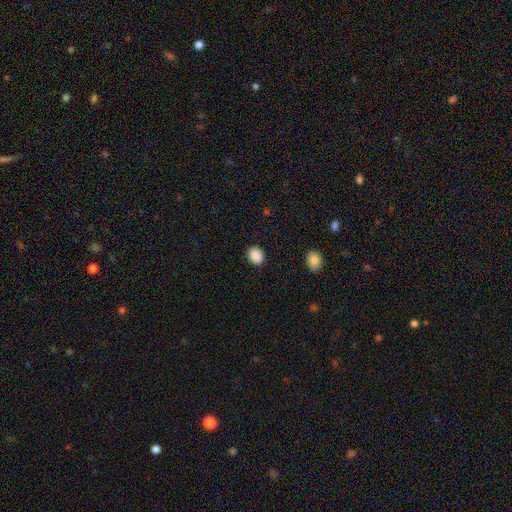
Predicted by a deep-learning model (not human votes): This appears to be a smooth galaxy with no disk features (89%) that is round (56%). Merging: none (89%).